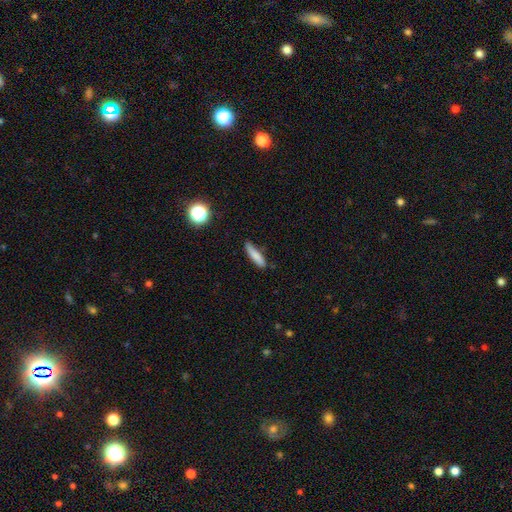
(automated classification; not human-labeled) Overall: smooth (81%). How rounded: cigar-shaped (78%). Merging: none (73%).